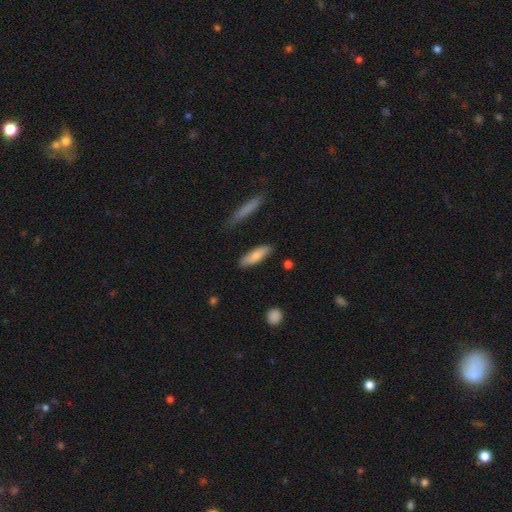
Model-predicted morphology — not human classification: Smooth or featured?
  - smooth: 75% *
  - featured or disk: 19%
  - star or artifact: 6%
How rounded?
  - in between: 49% * (tied)
  - cigar-shaped: 49% * (tied)
  - round: 2%
Merging?
  - none: 82% *
  - minor disturbance: 13%
  - major disturbance: 3%
  - merger: 2%